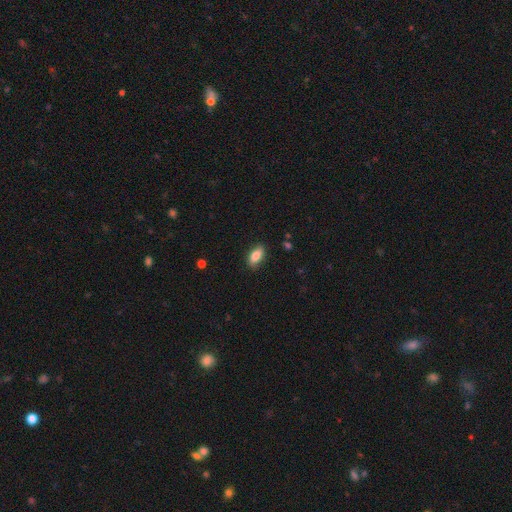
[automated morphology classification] Q: Smooth or featured?
A: smooth (83%); runner-up: featured or disk (10%)
Q: How rounded?
A: in between (89%); runner-up: cigar-shaped (7%)
Q: Merging?
A: none (85%); runner-up: minor disturbance (11%)